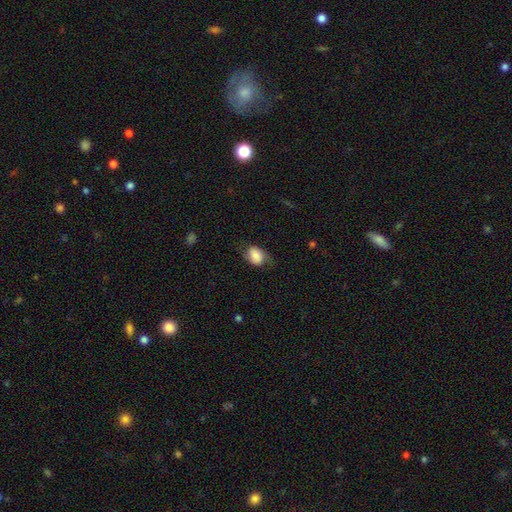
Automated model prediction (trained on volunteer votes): A smooth galaxy with no disk features (74%) that is in between round and cigar-shaped (72%). Merging: none (60%).